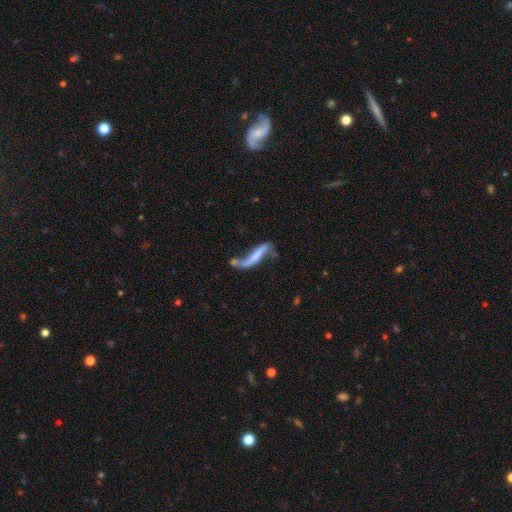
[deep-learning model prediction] Smooth or featured: featured or disk — 58% (smooth — 33%)
Edge-on disk: no — 76% (yes — 24%)
Merging: none — 28% (tied with major disturbance — 28%)